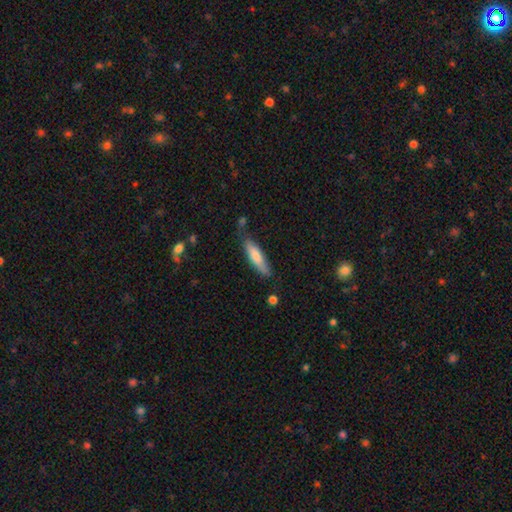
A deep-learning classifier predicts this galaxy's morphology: Q: Smooth or featured?
A: smooth (70%); runner-up: featured or disk (24%)
Q: How rounded?
A: cigar-shaped (75%); runner-up: in between (24%)
Q: Merging?
A: none (76%); runner-up: minor disturbance (17%)